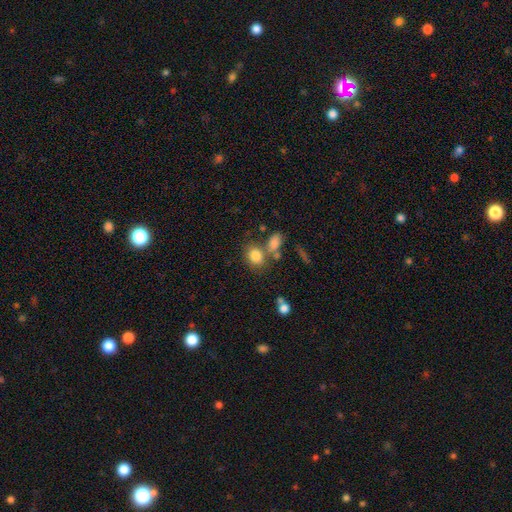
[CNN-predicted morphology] smooth 82%, star or artifact 10%, featured or disk 8%. Down the decision tree: how rounded — in between (59%); merging — none (56%).